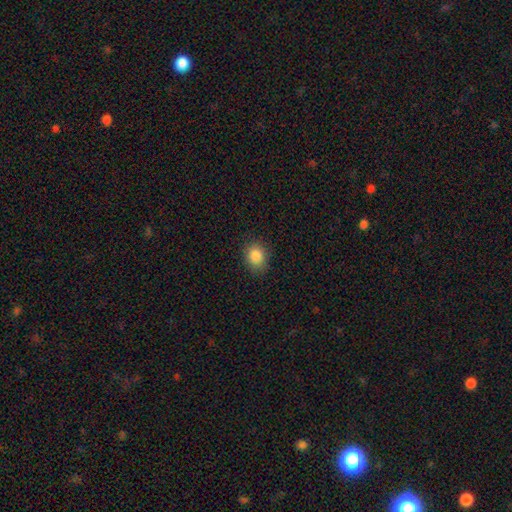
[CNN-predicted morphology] A smooth galaxy with no disk features (86%) that is round (61%). Merging: none (86%).